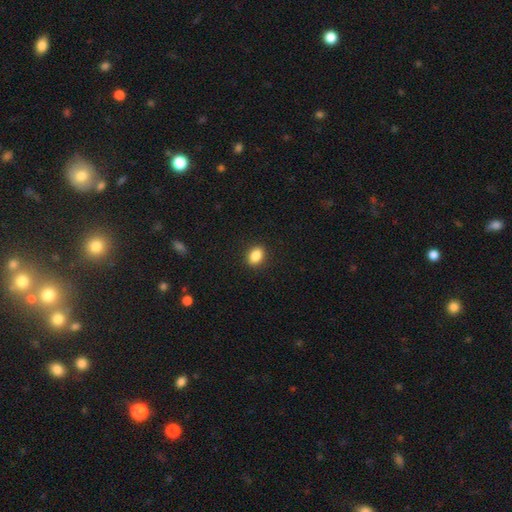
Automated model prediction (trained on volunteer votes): smooth_or_featured: smooth (p=0.87) [alt: star or artifact p=0.09]
how_rounded: in between (p=0.73) [alt: round p=0.26]
merging: none (p=0.90) [alt: minor disturbance p=0.07]